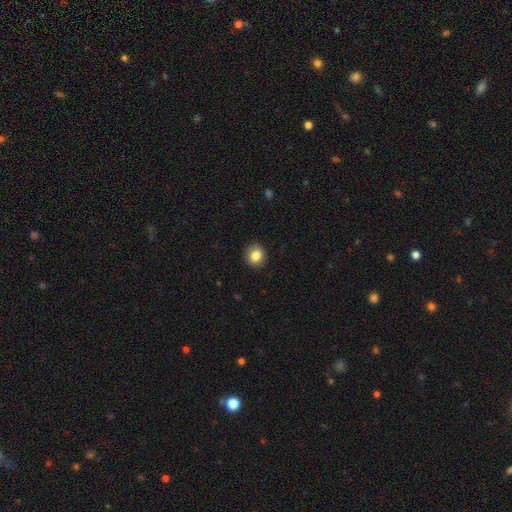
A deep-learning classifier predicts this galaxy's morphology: This is clearly a smooth galaxy (84%). How rounded: likely round (78%). Merging: clearly none (90%).